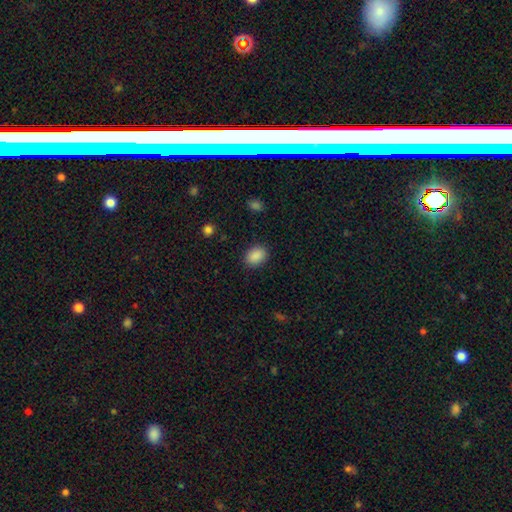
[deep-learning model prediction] Morphology: type=smooth (89%); roundness=in between (72%); merging=none (88%).